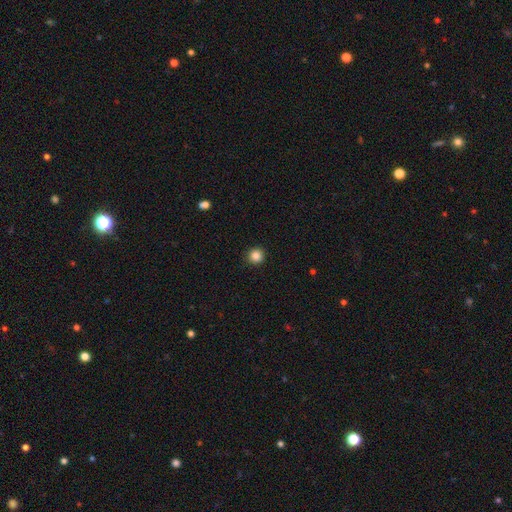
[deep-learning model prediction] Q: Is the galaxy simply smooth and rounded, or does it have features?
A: smooth — 85%.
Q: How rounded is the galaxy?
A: round — 94%.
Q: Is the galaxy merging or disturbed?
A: none — 92%.